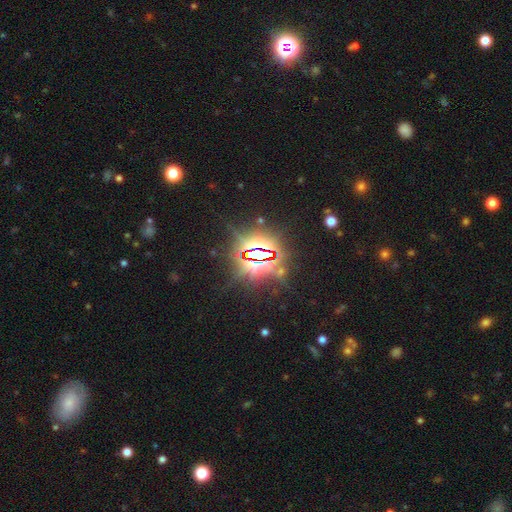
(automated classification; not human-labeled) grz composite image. It shows a star or artifact, not a galaxy (84%).